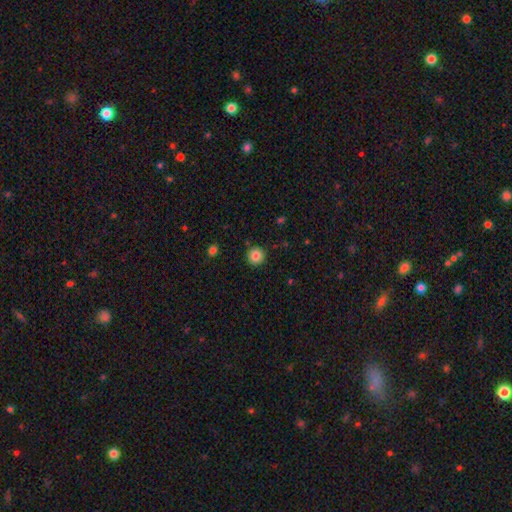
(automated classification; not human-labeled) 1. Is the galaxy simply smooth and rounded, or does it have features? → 85% smooth, 10% star or artifact, 5% featured or disk.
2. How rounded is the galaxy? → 94% round, 5% in between, 1% cigar-shaped.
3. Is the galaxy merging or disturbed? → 90% none, 6% minor disturbance, 2% major disturbance, 2% merger.